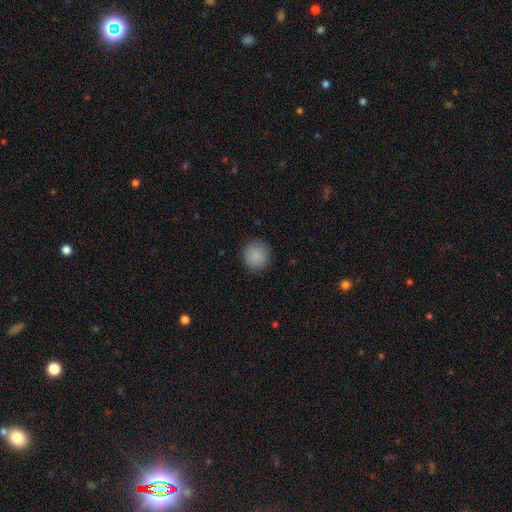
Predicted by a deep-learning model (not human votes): Smooth or featured? Predicted: smooth (p=0.88). How rounded? Predicted: round (p=0.93). Merging? Predicted: none (p=0.90).